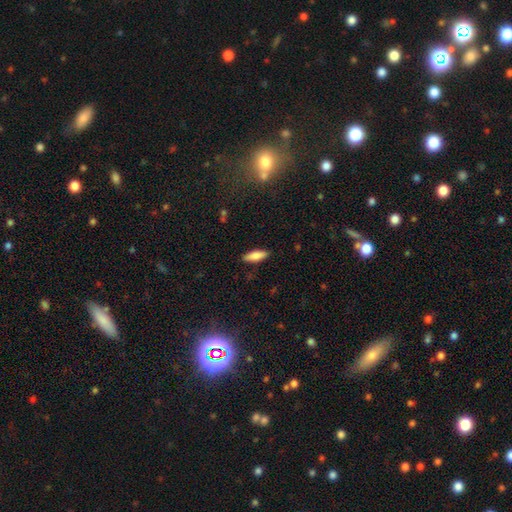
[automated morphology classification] Smooth or featured: smooth — 81% (featured or disk — 13%)
How rounded: in between — 55% (cigar-shaped — 44%)
Merging: none — 88% (minor disturbance — 9%)